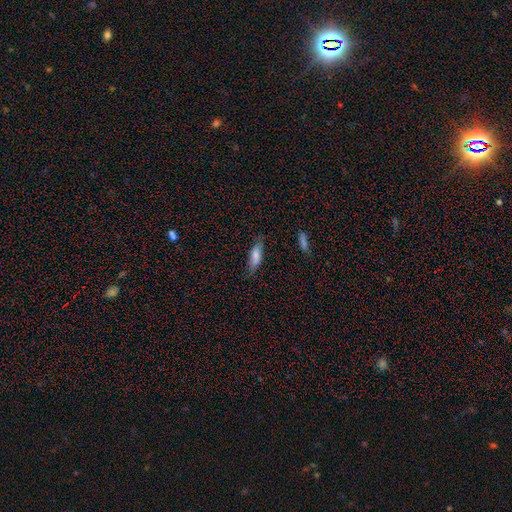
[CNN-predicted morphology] This is likely a smooth galaxy (76%). How rounded: possibly in between (54%). Merging: likely none (74%).